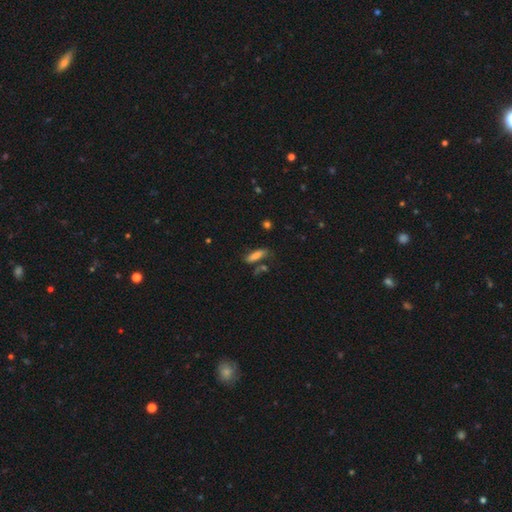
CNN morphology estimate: Q: Smooth or featured?
A: smooth (76%); runner-up: featured or disk (15%)
Q: How rounded?
A: cigar-shaped (60%); runner-up: in between (38%)
Q: Merging?
A: none (67%); runner-up: minor disturbance (19%)